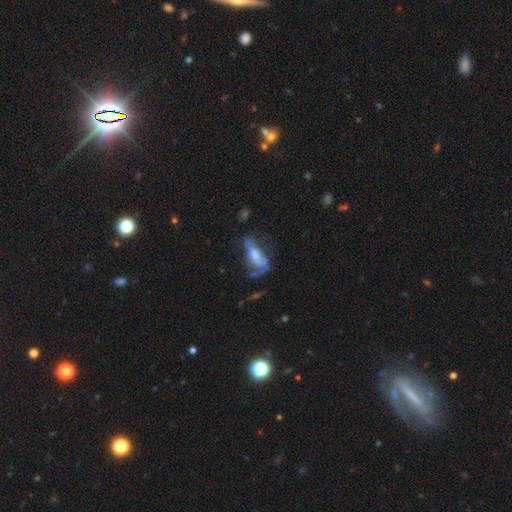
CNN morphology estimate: Smooth or featured?
  - smooth: 49% *
  - featured or disk: 42%
  - star or artifact: 9%
Merging?
  - none: 34% *
  - major disturbance: 31%
  - minor disturbance: 26%
  - merger: 9%